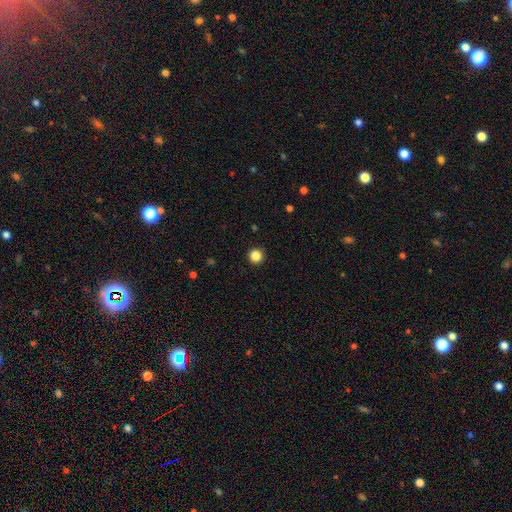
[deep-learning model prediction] A smooth galaxy with no disk features (86%) that is round (96%).

Vote fractions:
- Smooth or featured? smooth: 86% / star or artifact: 11% / featured or disk: 3%
- How rounded? round: 96% / in between: 3% / cigar-shaped: 1%
- Merging? none: 93% / minor disturbance: 4% / major disturbance: 2% / merger: 1%